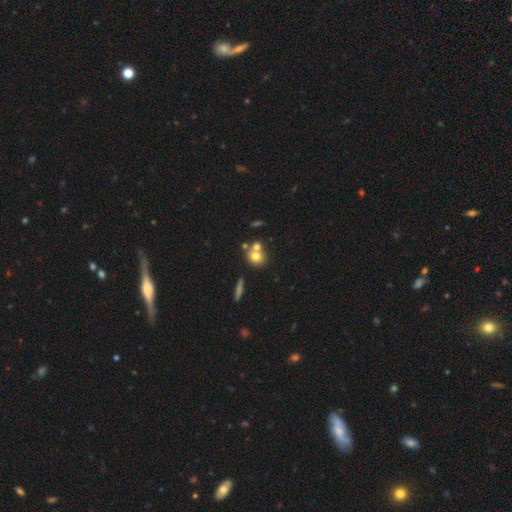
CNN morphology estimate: The model was most divided on "merging": merger: 45%, none: 44%, minor disturbance: 8%, major disturbance: 3%. More confident: how rounded — round (78%); smooth or featured — smooth (68%).